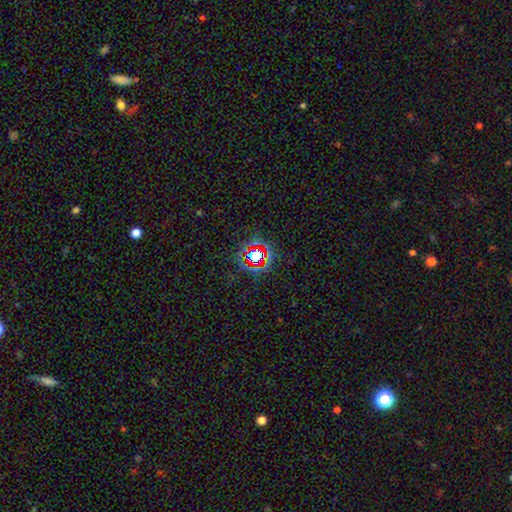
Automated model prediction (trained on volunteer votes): This is likely a star or artifact rather than a galaxy (70%).